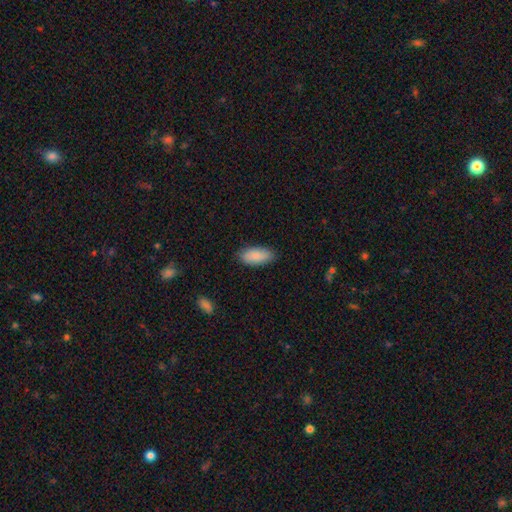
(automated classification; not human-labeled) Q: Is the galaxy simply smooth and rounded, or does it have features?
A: smooth — 89%.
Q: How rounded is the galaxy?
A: in between — 88%.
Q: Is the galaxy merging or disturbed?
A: none — 86%.